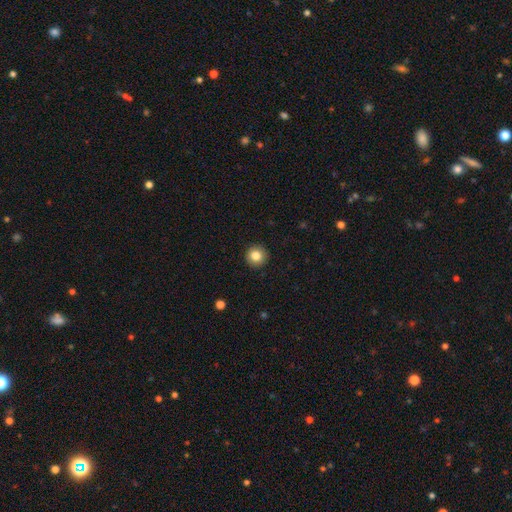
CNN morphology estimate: smooth 84%, star or artifact 9%, featured or disk 6%. Down the decision tree: how rounded — round (95%); merging — none (93%).